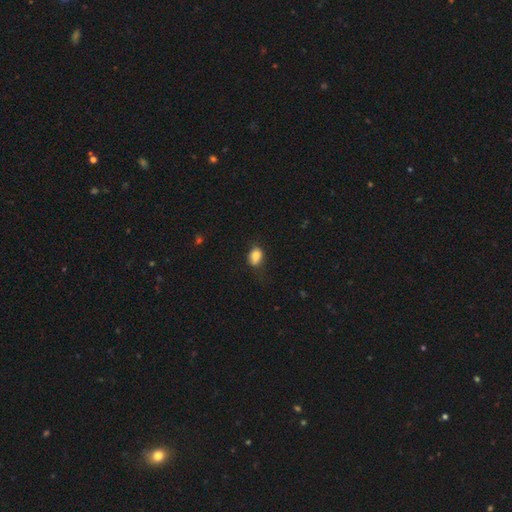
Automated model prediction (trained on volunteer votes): smooth_or_featured: smooth (p=0.83) [alt: star or artifact p=0.09]
how_rounded: in between (p=0.77) [alt: round p=0.21]
merging: none (p=0.59) [alt: minor disturbance p=0.29]